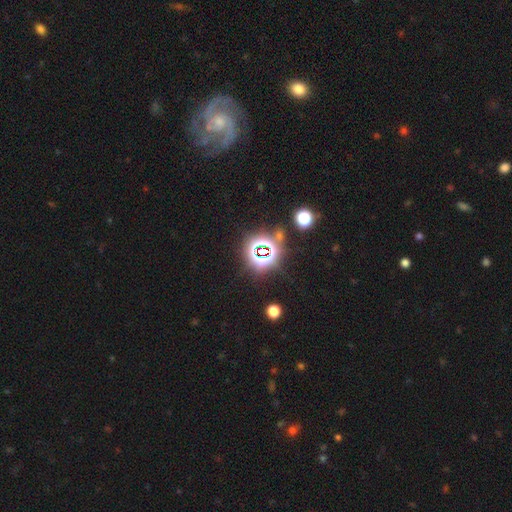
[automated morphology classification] type=star or artifact (60%).